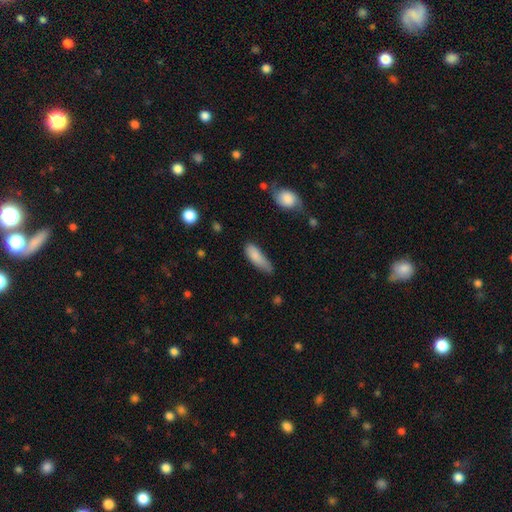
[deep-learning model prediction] smooth 83%, featured or disk 10%, star or artifact 6%. Down the decision tree: how rounded — in between (55%); merging — none (45%).